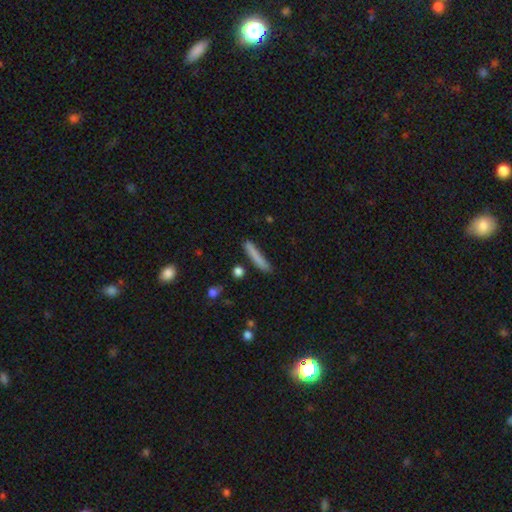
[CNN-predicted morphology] This is likely a smooth galaxy (79%). How rounded: clearly cigar-shaped (93%). Merging: likely none (80%).